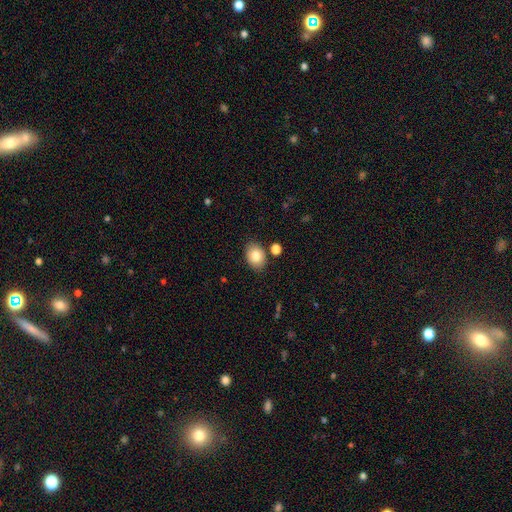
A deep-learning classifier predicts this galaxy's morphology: Smooth or featured? Predicted: smooth (p=0.83). How rounded? Predicted: in between (p=0.72). Merging? Predicted: none (p=0.82).